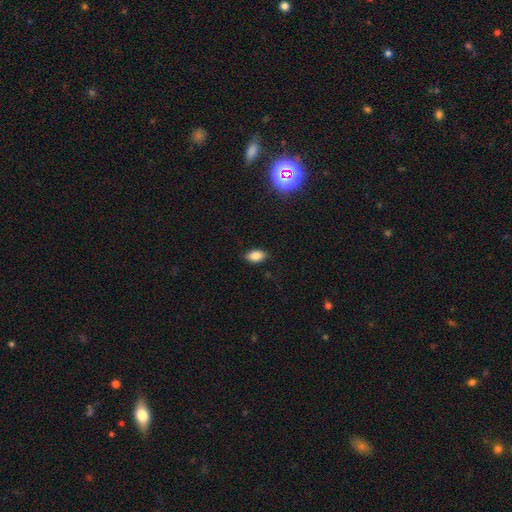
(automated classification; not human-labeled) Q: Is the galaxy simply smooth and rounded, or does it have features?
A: smooth — 83%.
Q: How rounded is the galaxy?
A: in between — 90%.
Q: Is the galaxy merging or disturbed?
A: none — 86%.